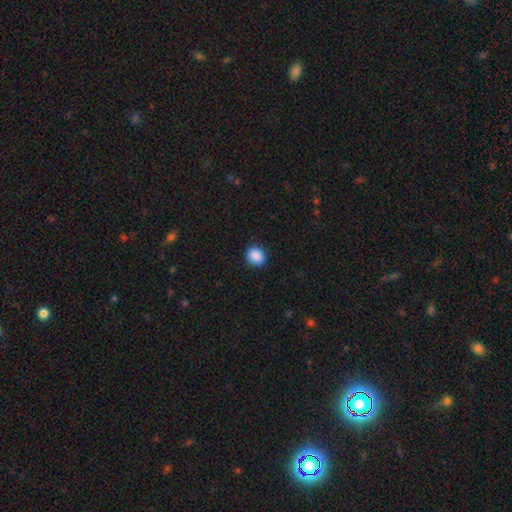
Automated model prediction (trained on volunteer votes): Smooth or featured?
  - smooth: 89% *
  - star or artifact: 8%
  - featured or disk: 3%
How rounded?
  - round: 76% *
  - in between: 23%
  - cigar-shaped: 1%
Merging?
  - none: 90% *
  - minor disturbance: 7%
  - major disturbance: 2%
  - merger: 1%